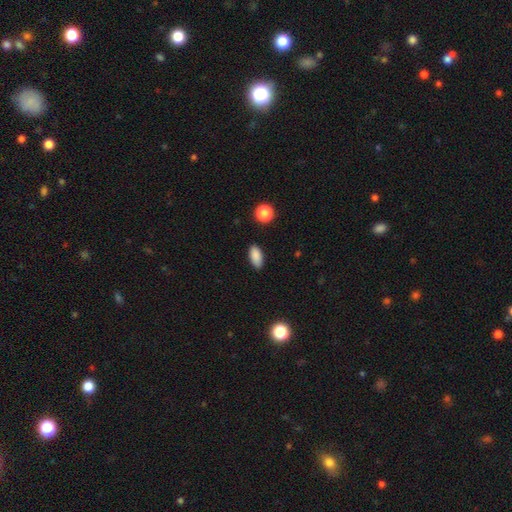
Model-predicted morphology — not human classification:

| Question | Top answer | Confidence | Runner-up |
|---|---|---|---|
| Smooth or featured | smooth | 87% | star or artifact (8%) |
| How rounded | in between | 88% | cigar-shaped (8%) |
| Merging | none | 86% | minor disturbance (10%) |